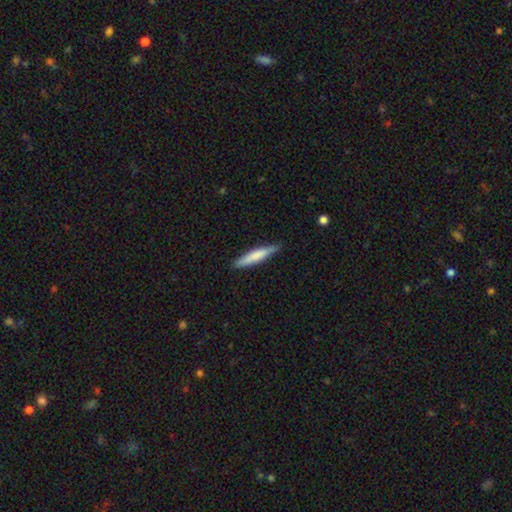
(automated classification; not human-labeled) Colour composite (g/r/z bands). It shows a smooth galaxy with no disk features (69%) that is cigar-shaped (89%). Merging: none (83%).